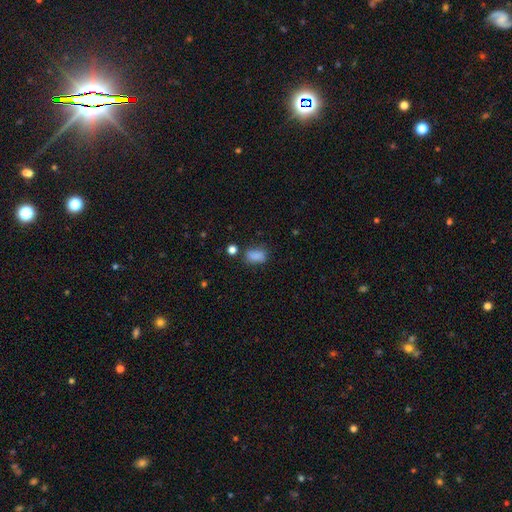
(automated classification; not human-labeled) Overall: smooth (83%). How rounded: in between (83%). Merging: none (64%).